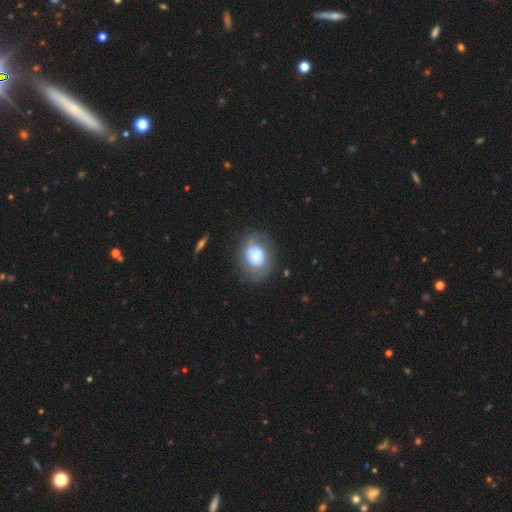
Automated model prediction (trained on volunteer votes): This is possibly a smooth galaxy (57%). How rounded: possibly in between (57%). Merging: possibly none (57%).